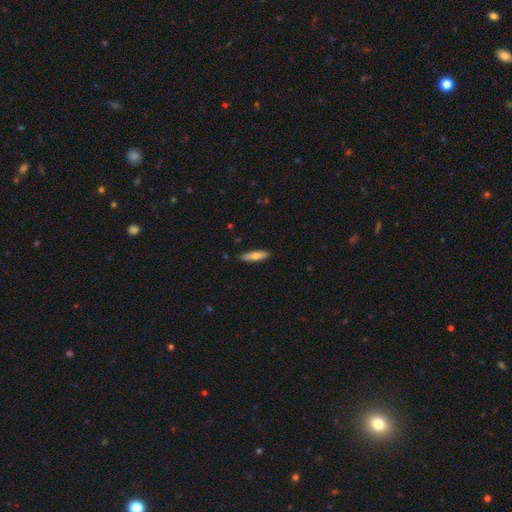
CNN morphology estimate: This appears to be a smooth galaxy with no disk features (66%) that is cigar-shaped (73%). Merging: none (87%).